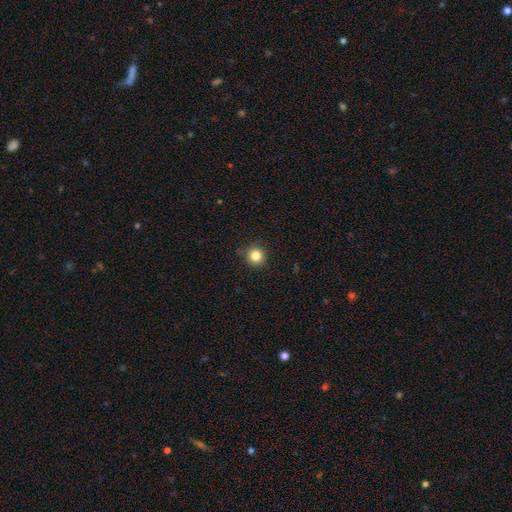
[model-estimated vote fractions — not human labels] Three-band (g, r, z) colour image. It shows a smooth galaxy with no disk features (84%) that is round (95%). Merging: none (88%).